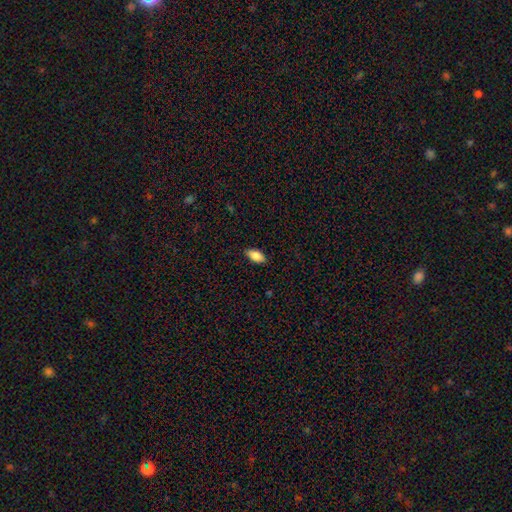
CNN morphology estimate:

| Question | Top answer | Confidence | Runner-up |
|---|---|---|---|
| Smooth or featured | smooth | 86% | featured or disk (7%) |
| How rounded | in between | 92% | cigar-shaped (5%) |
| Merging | none | 84% | minor disturbance (13%) |